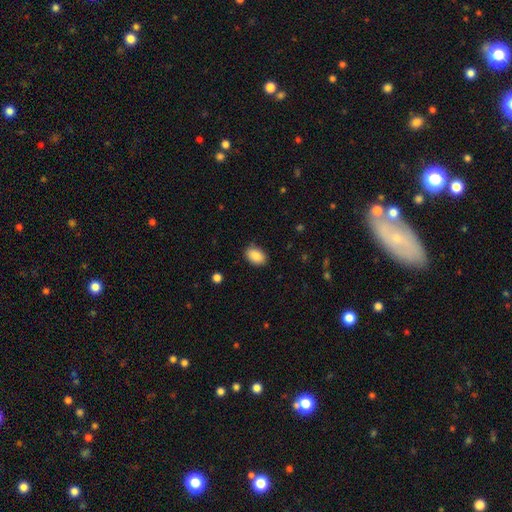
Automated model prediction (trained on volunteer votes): Overall: smooth (87%). How rounded: in between (85%). Merging: none (85%).